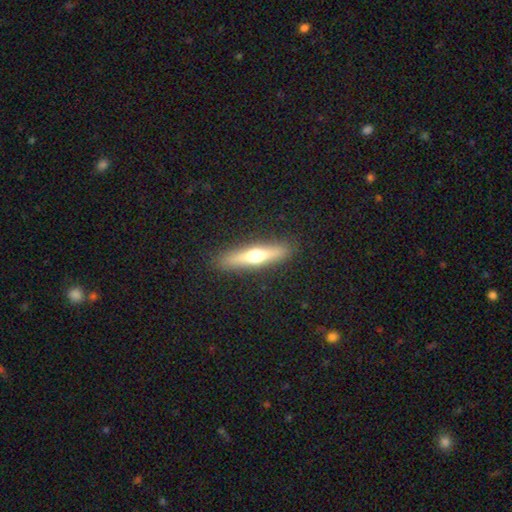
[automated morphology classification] smooth_or_featured: featured or disk (p=0.52) [alt: smooth p=0.41]
disk_edge_on: yes (p=0.91) [alt: no p=0.09]
merging: none (p=0.89) [alt: minor disturbance p=0.08]